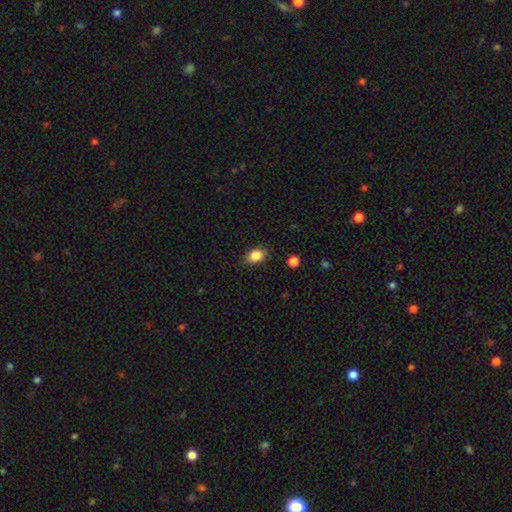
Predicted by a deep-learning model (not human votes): The model was most divided on "how rounded": in between: 70%, round: 28%, cigar-shaped: 1%. More confident: smooth or featured — smooth (86%); merging — none (83%).